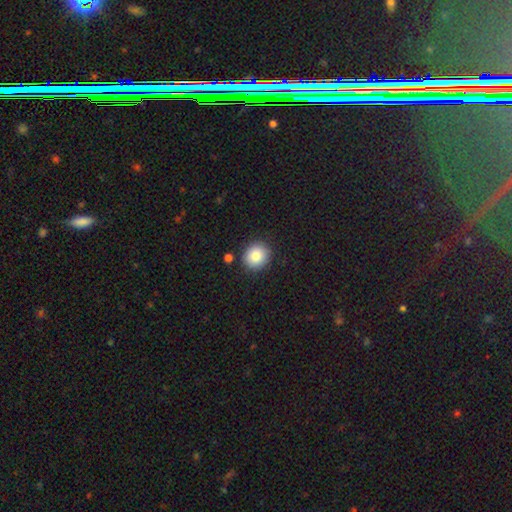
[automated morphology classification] Smooth or featured: smooth — 84% (star or artifact — 9%)
How rounded: round — 82% (in between — 17%)
Merging: none — 87% (minor disturbance — 8%)